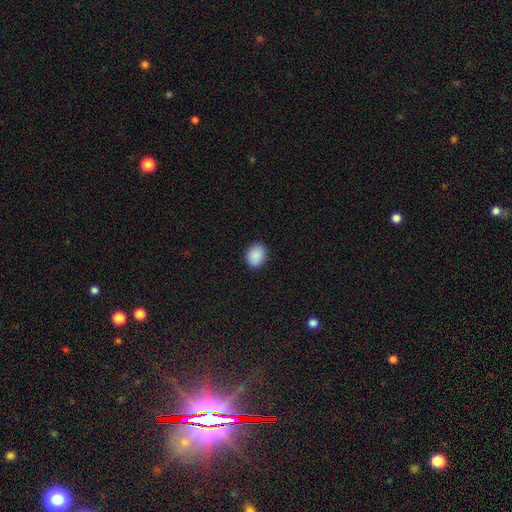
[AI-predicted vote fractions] The model was most divided on "how rounded": round: 52%, in between: 48%, cigar-shaped: 1%. More confident: smooth or featured — smooth (90%); merging — none (89%).